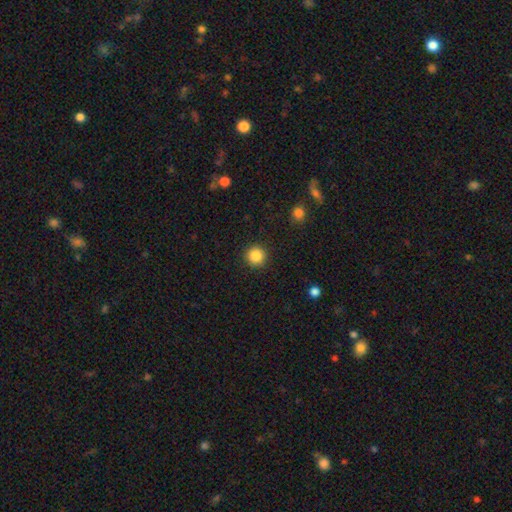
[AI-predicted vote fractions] smooth-or-featured: smooth: 86% | star or artifact: 10% | featured or disk: 4%
  how-rounded: round: 95% | in between: 4% | cigar-shaped: 1%
  merging: none: 92% | minor disturbance: 5% | major disturbance: 2% | merger: 1%